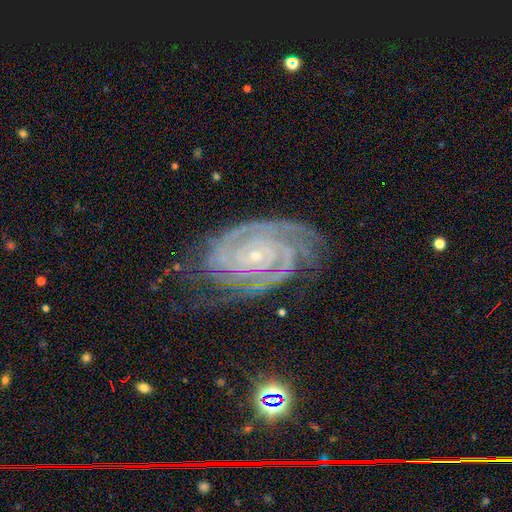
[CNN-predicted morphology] The model was most divided on "spiral arm count": 2: 29%, 3: 23%, 4: 18%, can't tell: 13%, more than 4: 10%, 1: 7%. More confident: spiral arms — yes (99%); edge-on disk — no (97%); smooth or featured — featured or disk (92%); bulge size — small (86%); spiral winding — tight (83%); bar — no (72%); merging — none (71%).